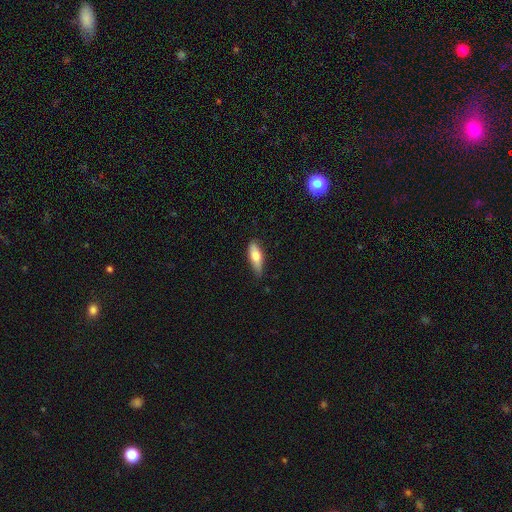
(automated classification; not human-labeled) A smooth galaxy with no disk features (71%) that is in between round and cigar-shaped (59%).

Vote fractions:
- Smooth or featured? smooth: 71% / featured or disk: 23% / star or artifact: 6%
- How rounded? in between: 59% / cigar-shaped: 39% / round: 2%
- Merging? none: 68% / minor disturbance: 26% / major disturbance: 4% / merger: 1%